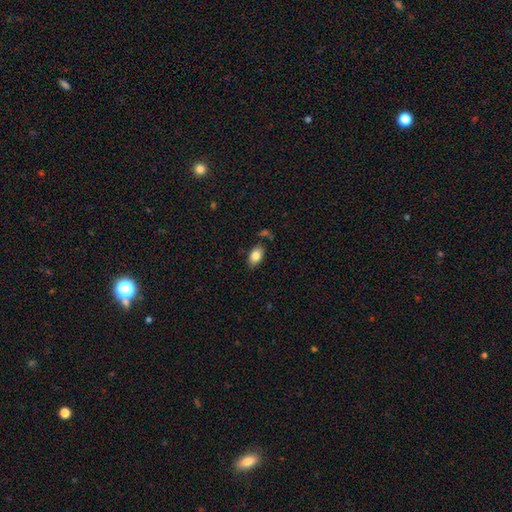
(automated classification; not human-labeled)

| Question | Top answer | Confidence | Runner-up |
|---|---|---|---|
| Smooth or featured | smooth | 83% | featured or disk (9%) |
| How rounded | in between | 89% | round (9%) |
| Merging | none | 77% | minor disturbance (15%) |